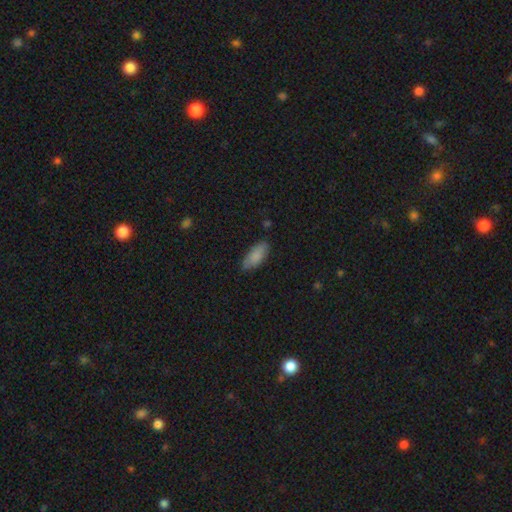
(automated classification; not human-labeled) smooth-or-featured: smooth: 84% | featured or disk: 10% | star or artifact: 6%
  how-rounded: in between: 85% | cigar-shaped: 13% | round: 2%
  merging: none: 78% | minor disturbance: 18% | major disturbance: 3% | merger: 1%